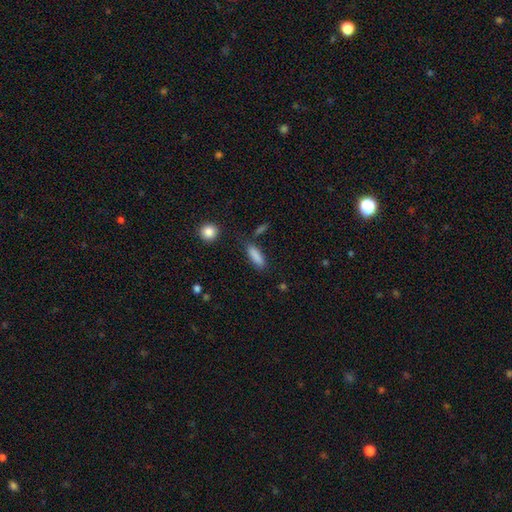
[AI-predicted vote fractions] A smooth galaxy with no disk features (86%) that is cigar-shaped (50%).

Vote fractions:
- Smooth or featured? smooth: 86% / star or artifact: 8% / featured or disk: 6%
- How rounded? cigar-shaped: 50% / in between: 47% / round: 3%
- Merging? none: 78% / minor disturbance: 13% / merger: 5% / major disturbance: 4%